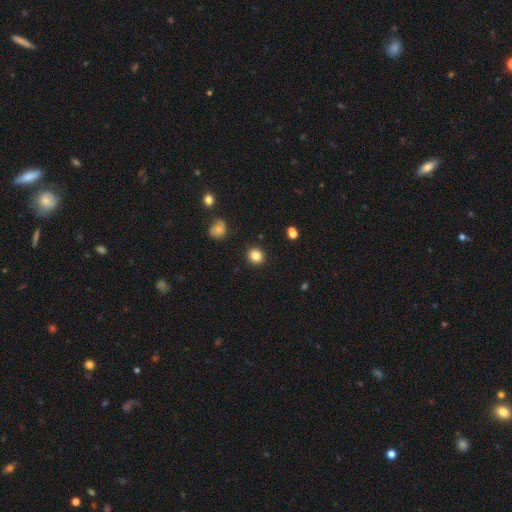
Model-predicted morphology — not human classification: Overall: smooth (85%). How rounded: round (87%). Merging: none (91%).